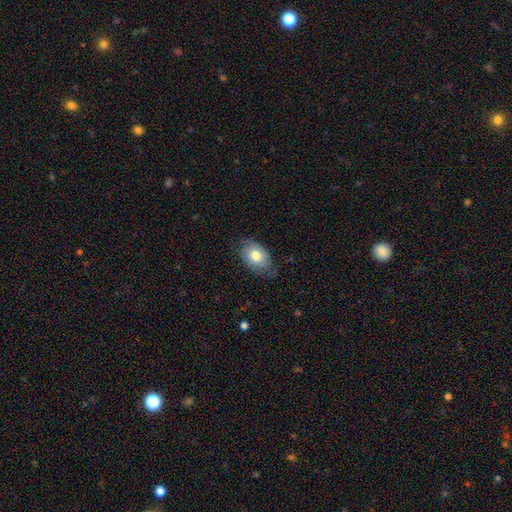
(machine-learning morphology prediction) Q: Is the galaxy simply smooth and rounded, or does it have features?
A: smooth — 62%.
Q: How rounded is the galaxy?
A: in between — 87%.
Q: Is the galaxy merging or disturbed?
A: none — 64%.